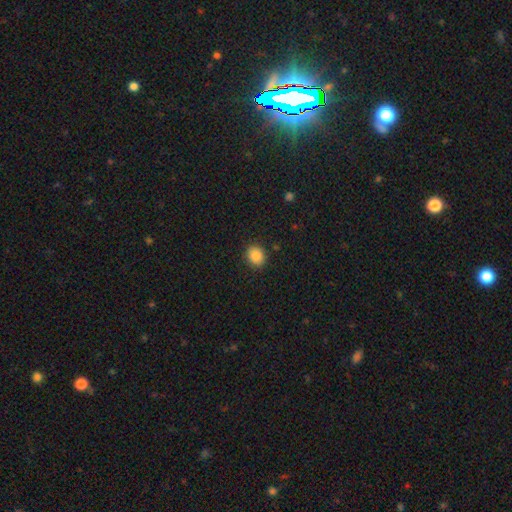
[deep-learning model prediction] Smooth or featured? Predicted: smooth (p=0.86). How rounded? Predicted: round (p=0.69). Merging? Predicted: none (p=0.89).